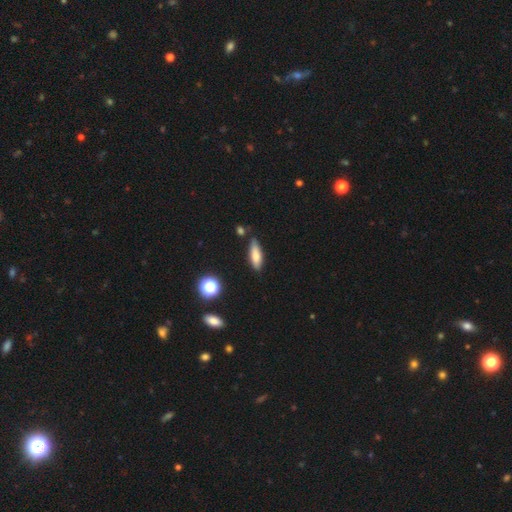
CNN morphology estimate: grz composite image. It shows a smooth galaxy with no disk features (75%) that is in between round and cigar-shaped (50%). Merging: none (76%).